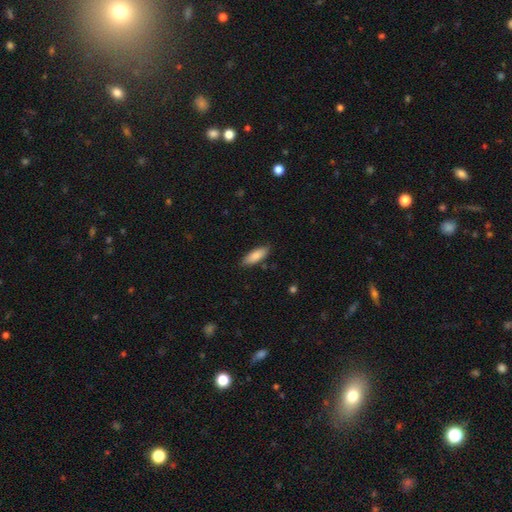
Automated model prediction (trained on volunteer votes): Smooth or featured? smooth (84%)
How rounded? in between (68%)
Merging? none (85%)